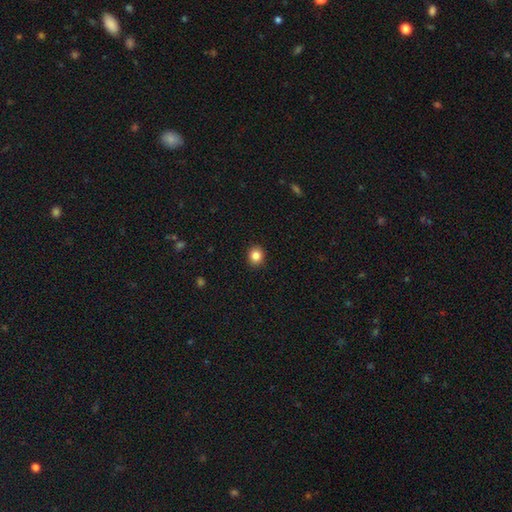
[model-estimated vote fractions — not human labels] This appears to be a smooth galaxy with no disk features (84%) that is round (77%). Merging: none (92%).